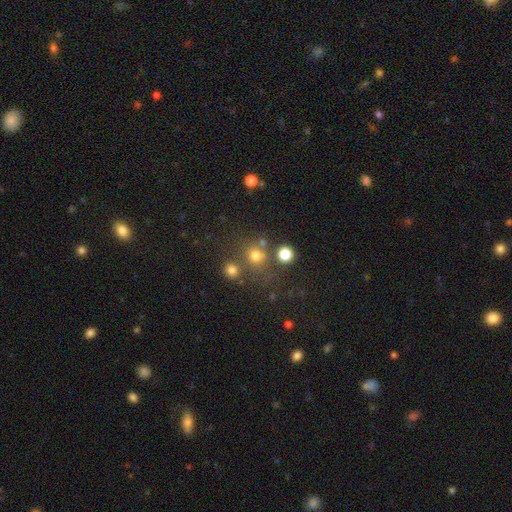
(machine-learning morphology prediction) The model was most divided on "merging": none: 67%, merger: 19%, minor disturbance: 9%, major disturbance: 5%. More confident: how rounded — round (87%); smooth or featured — smooth (70%).